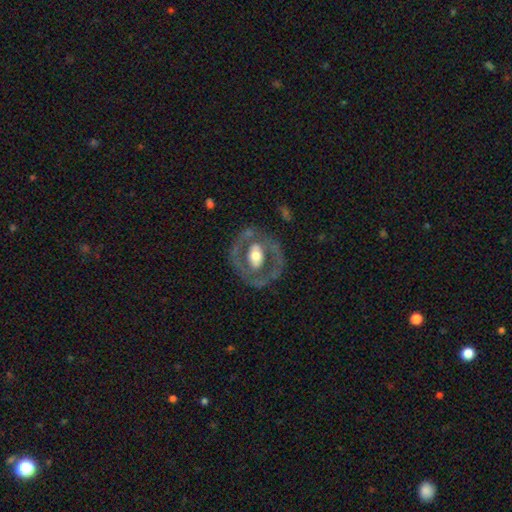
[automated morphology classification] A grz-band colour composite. It shows a featured or disk galaxy (69%) with no bar (56%), no spiral arms (69%) and a moderate central bulge (58%). Merging: none (71%).